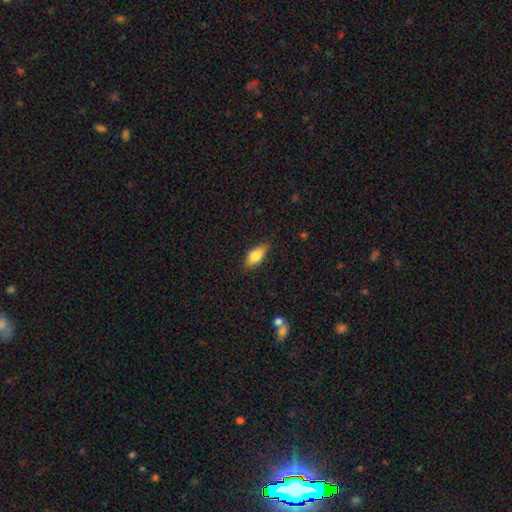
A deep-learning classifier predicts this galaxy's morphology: Q: Smooth or featured?
A: smooth (75%); runner-up: featured or disk (18%)
Q: How rounded?
A: in between (82%); runner-up: cigar-shaped (14%)
Q: Merging?
A: none (81%); runner-up: minor disturbance (15%)